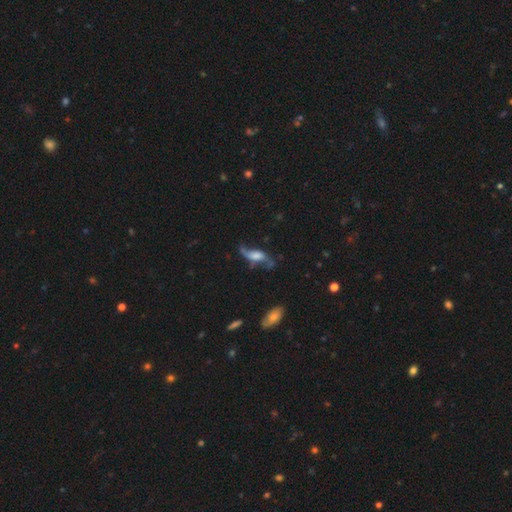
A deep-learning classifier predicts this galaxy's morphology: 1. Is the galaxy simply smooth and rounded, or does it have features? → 68% featured or disk, 23% smooth, 9% star or artifact.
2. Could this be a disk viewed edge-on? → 82% no, 18% yes.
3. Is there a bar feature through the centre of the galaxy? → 52% no, 34% weak, 14% strong.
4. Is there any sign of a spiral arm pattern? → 88% yes, 12% no.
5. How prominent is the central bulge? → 29% large, 27% moderate, 19% none, 19% small, 6% dominant.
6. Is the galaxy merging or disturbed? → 52% none, 24% minor disturbance, 19% major disturbance, 5% merger.